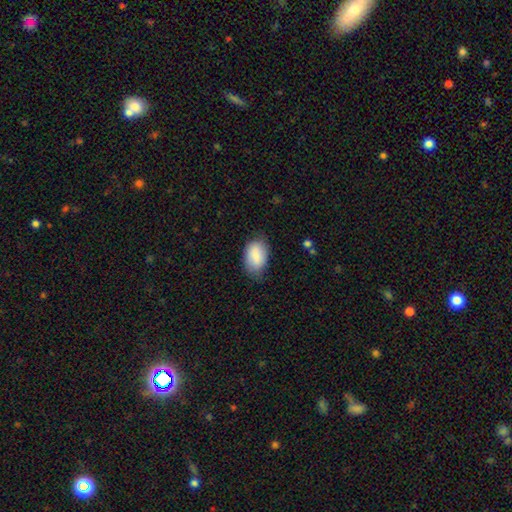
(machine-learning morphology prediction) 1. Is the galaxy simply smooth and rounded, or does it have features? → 83% smooth, 11% featured or disk, 6% star or artifact.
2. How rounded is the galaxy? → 90% in between, 9% round, 1% cigar-shaped.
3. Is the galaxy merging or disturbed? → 71% none, 23% minor disturbance, 5% major disturbance, 1% merger.